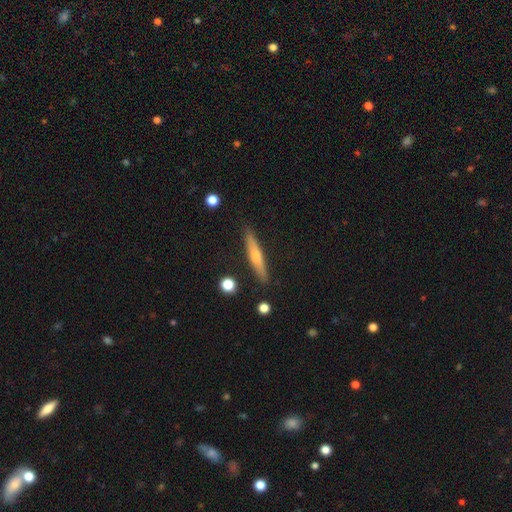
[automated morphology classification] Smooth or featured: smooth — 55% (featured or disk — 38%)
How rounded: cigar-shaped — 92% (in between — 7%)
Merging: none — 88% (minor disturbance — 8%)